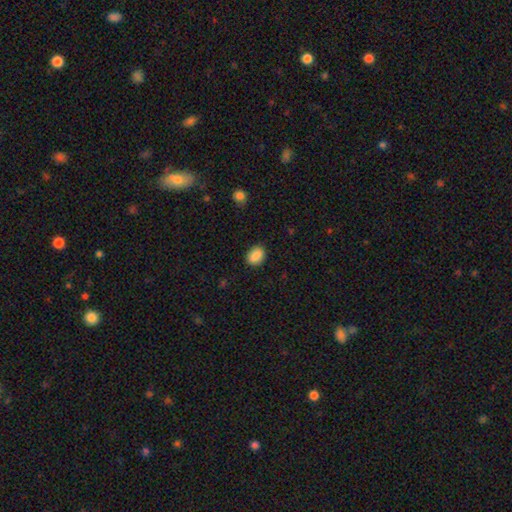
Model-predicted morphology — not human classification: Smooth or featured: smooth — 88% (star or artifact — 8%)
How rounded: in between — 69% (round — 30%)
Merging: none — 87% (minor disturbance — 10%)